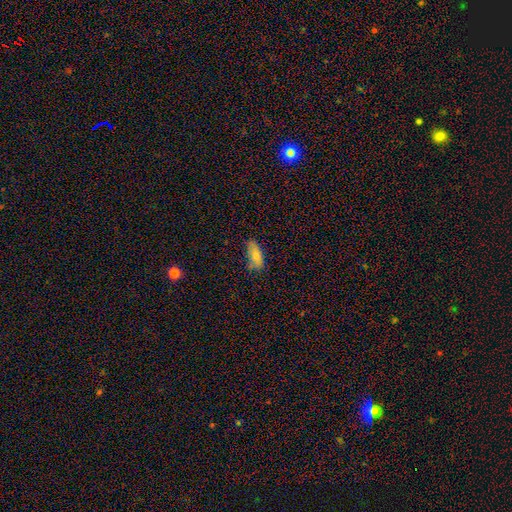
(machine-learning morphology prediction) This appears to be a smooth galaxy with no disk features (81%) that is in between round and cigar-shaped (86%). Merging: none (69%).